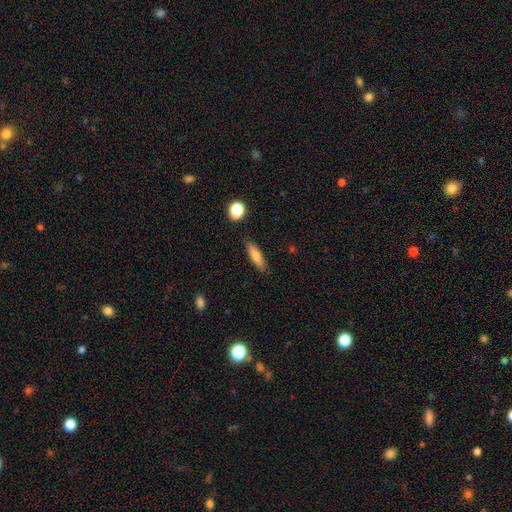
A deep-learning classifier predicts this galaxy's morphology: Smooth or featured? smooth (76%)
How rounded? cigar-shaped (62%)
Merging? none (84%)